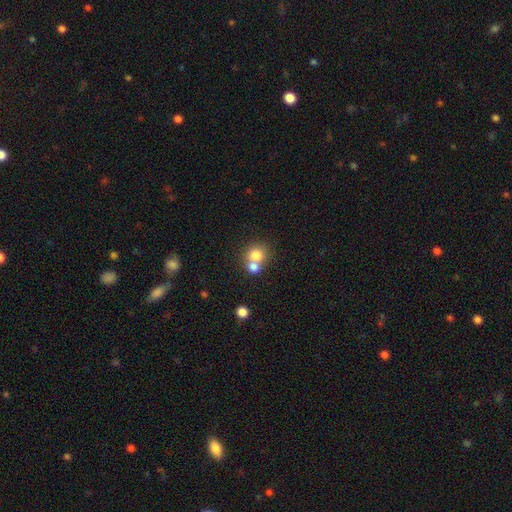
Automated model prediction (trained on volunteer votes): The model was most divided on "merging": merger: 54%, none: 37%, minor disturbance: 6%, major disturbance: 3%. More confident: how rounded — round (79%); smooth or featured — smooth (77%).